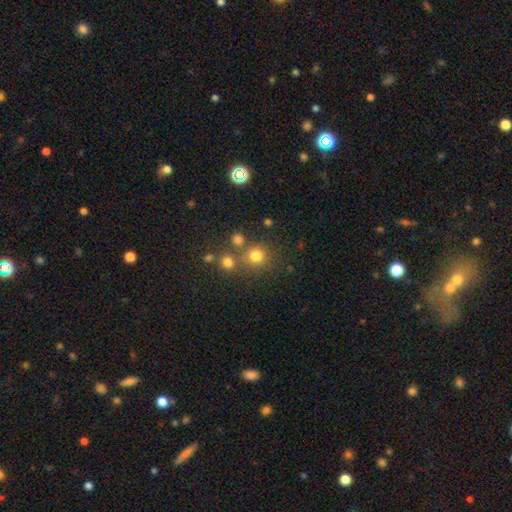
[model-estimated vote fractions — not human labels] smooth_or_featured: smooth (p=0.76) [alt: star or artifact p=0.16]
how_rounded: round (p=0.90) [alt: in between p=0.09]
merging: none (p=0.70) [alt: merger p=0.17]